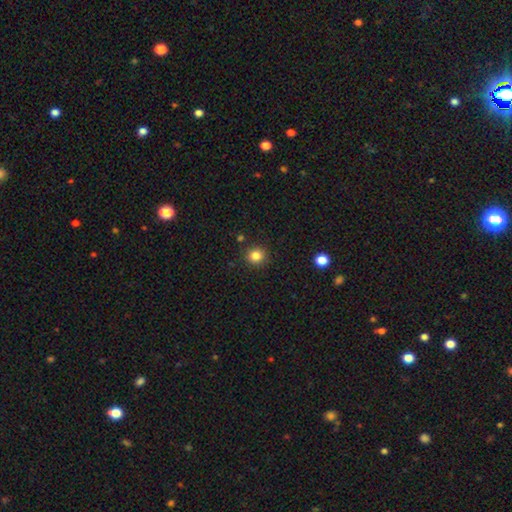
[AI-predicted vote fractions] The model was most divided on "smooth or featured": smooth: 84%, star or artifact: 11%, featured or disk: 5%. More confident: merging — none (90%); how rounded — round (87%).